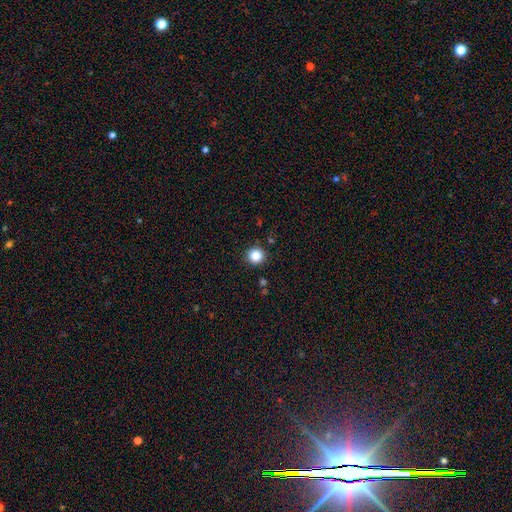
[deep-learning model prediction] Smooth or featured? smooth (84%)
How rounded? round (93%)
Merging? none (90%)